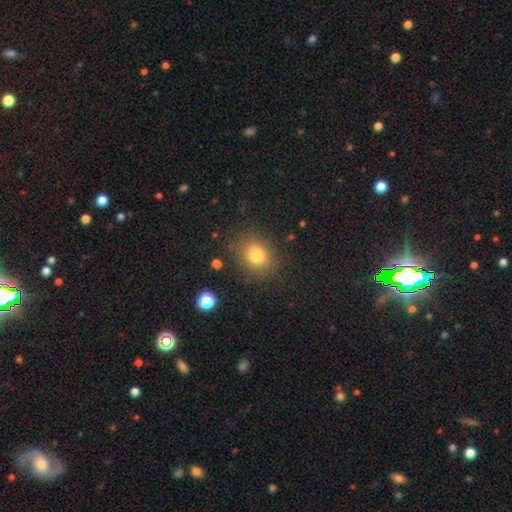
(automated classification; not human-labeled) Smooth or featured? Predicted: smooth (p=0.80). How rounded? Predicted: round (p=0.61). Merging? Predicted: none (p=0.82).